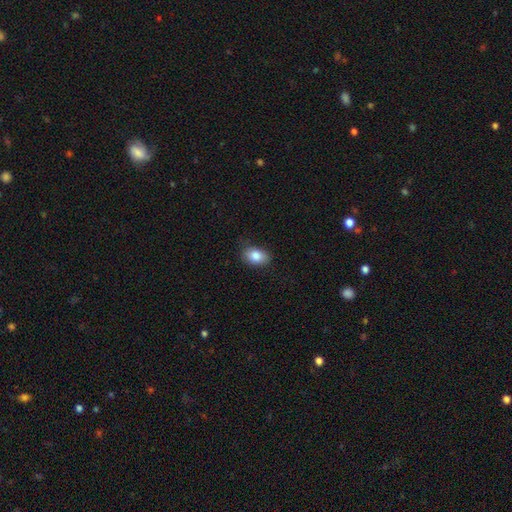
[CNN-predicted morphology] Smooth or featured: smooth — 84% (star or artifact — 8%)
How rounded: in between — 84% (round — 14%)
Merging: none — 78% (minor disturbance — 18%)